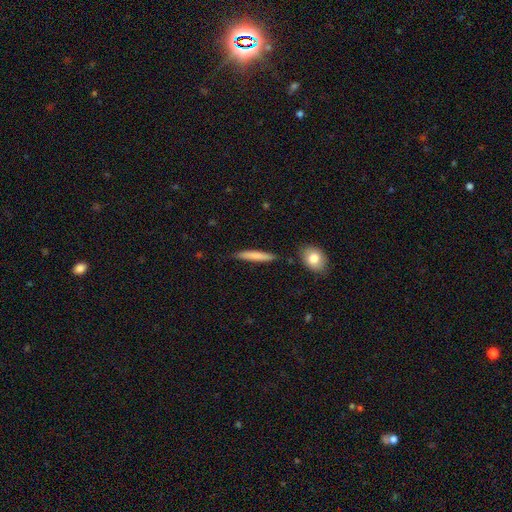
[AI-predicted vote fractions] Smooth or featured?
  - smooth: 76% *
  - featured or disk: 18%
  - star or artifact: 6%
How rounded?
  - cigar-shaped: 91% *
  - in between: 7%
  - round: 2%
Merging?
  - none: 83% *
  - minor disturbance: 12%
  - merger: 3%
  - major disturbance: 2%